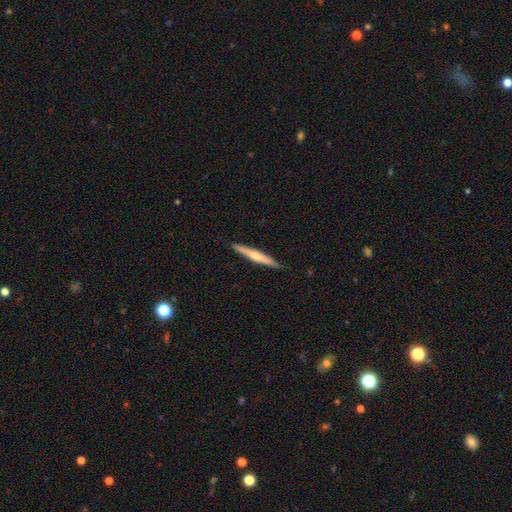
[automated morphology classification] Smooth or featured: featured or disk — 63% (smooth — 31%)
Edge-on disk: yes — 98% (no — 2%)
Edge-on bulge: rounded — 79% (none — 17%)
Merging: none — 92% (minor disturbance — 6%)